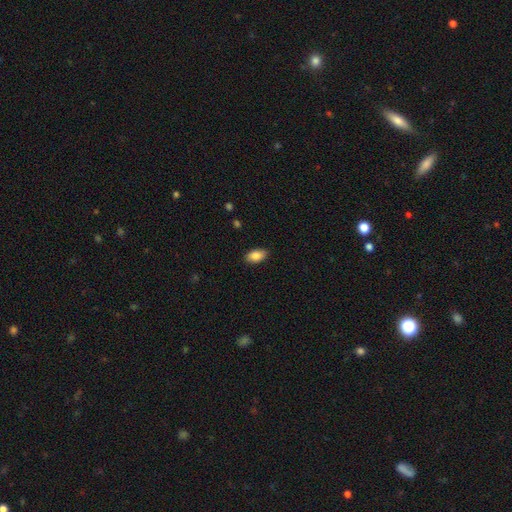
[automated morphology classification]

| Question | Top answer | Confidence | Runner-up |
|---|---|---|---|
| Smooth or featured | smooth | 86% | star or artifact (7%) |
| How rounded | in between | 93% | round (5%) |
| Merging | none | 88% | minor disturbance (9%) |